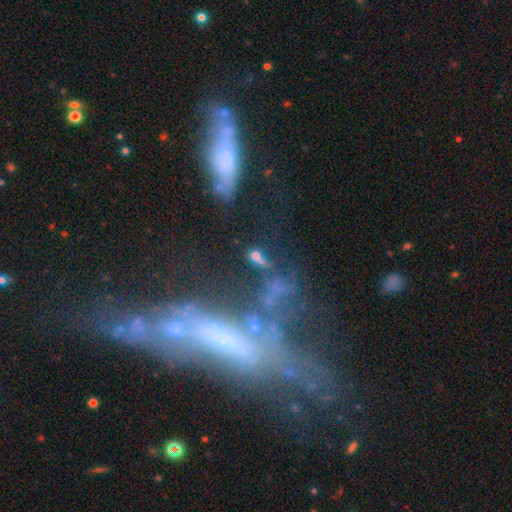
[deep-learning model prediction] This appears to be a smooth galaxy with no disk features (46%). Merging: none (47%).